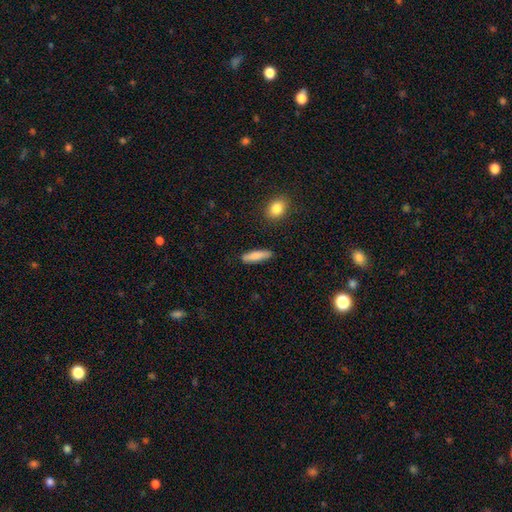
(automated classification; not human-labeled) Smooth or featured?
  - smooth: 82% *
  - featured or disk: 12%
  - star or artifact: 6%
How rounded?
  - cigar-shaped: 72% *
  - in between: 26%
  - round: 2%
Merging?
  - none: 88% *
  - minor disturbance: 8%
  - major disturbance: 2%
  - merger: 2%